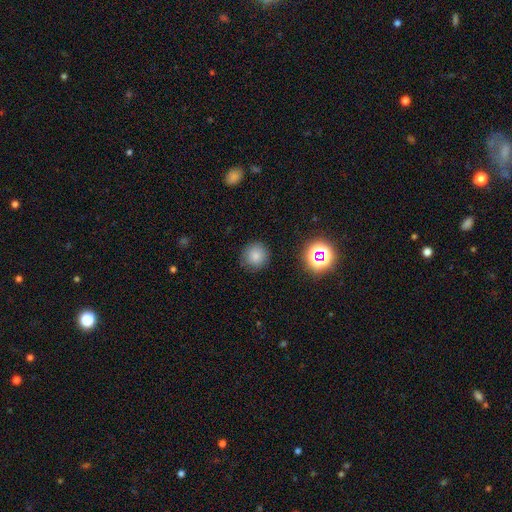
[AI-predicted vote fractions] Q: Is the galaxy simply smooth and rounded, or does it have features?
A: smooth — 78%.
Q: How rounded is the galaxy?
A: round — 94%.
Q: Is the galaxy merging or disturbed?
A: none — 87%.